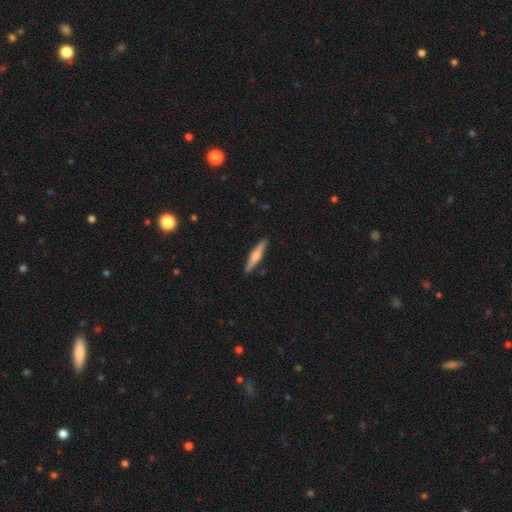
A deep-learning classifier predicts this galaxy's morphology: smooth_or_featured: featured or disk (p=0.55) [alt: smooth p=0.40]
disk_edge_on: yes (p=0.97) [alt: no p=0.03]
edge_on_bulge: rounded (p=0.79) [alt: boxy p=0.13]
merging: none (p=0.90) [alt: minor disturbance p=0.07]